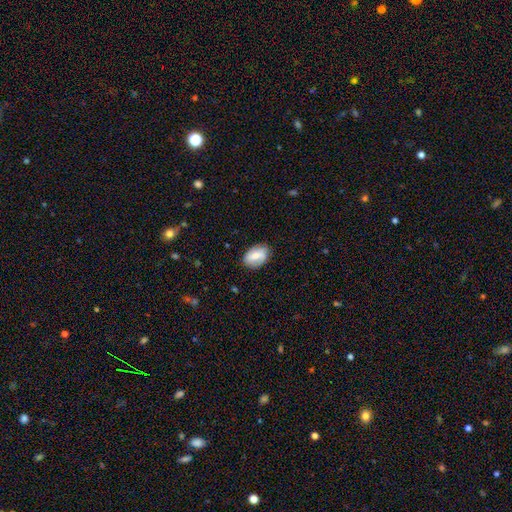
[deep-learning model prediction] Smooth or featured? smooth (54%)
How rounded? in between (83%)
Merging? none (79%)